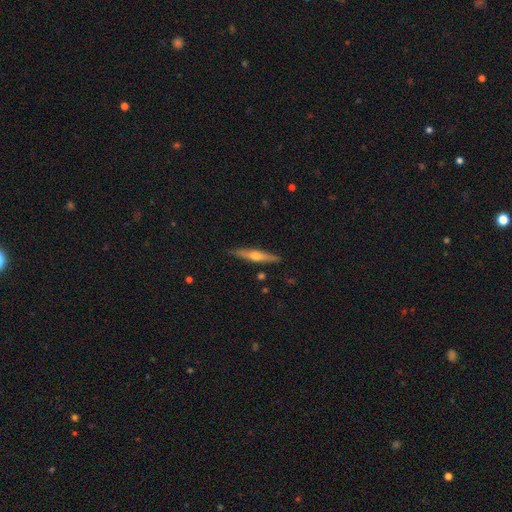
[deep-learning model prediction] A featured or disk galaxy (62%) viewed edge-on (95%) with a rounded central bulge (89%).

Vote fractions:
- Smooth or featured? featured or disk: 62% / smooth: 32% / star or artifact: 6%
- Edge-on disk? yes: 95% / no: 5%
- Edge-on bulge? rounded: 89% / none: 8% / boxy: 3%
- Merging? none: 88% / minor disturbance: 9% / major disturbance: 2% / merger: 1%